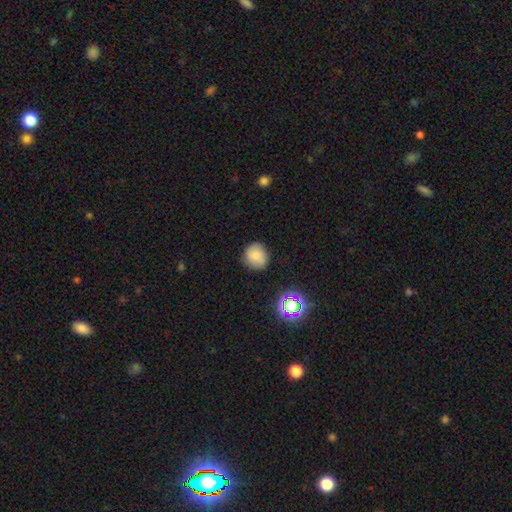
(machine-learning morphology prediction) type=smooth (80%); roundness=round (88%); merging=none (83%).